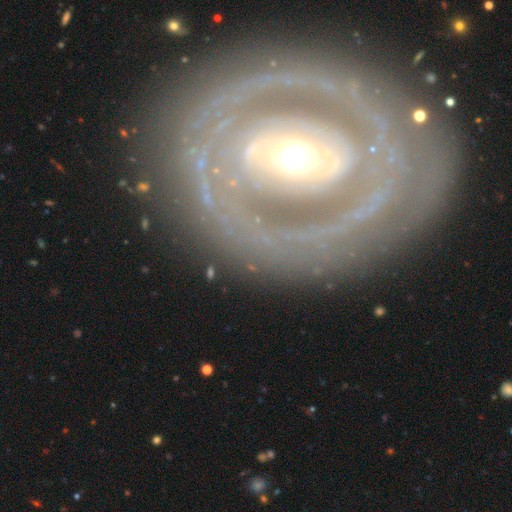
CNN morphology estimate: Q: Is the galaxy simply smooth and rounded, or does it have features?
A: featured or disk — 83%.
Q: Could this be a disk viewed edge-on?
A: no — 95%.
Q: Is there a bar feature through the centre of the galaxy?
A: no — 54%.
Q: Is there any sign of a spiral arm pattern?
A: yes — 57%.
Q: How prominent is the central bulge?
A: moderate — 67%.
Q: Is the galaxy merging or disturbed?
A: none — 79%.